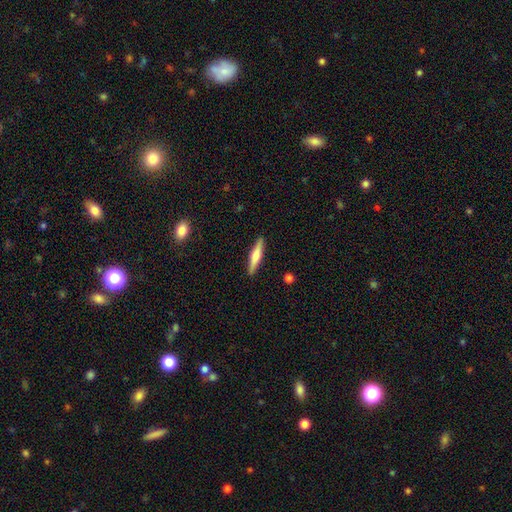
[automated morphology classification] Smooth or featured?
  - featured or disk: 47% * (tied)
  - smooth: 47% * (tied)
  - star or artifact: 6%
Merging?
  - none: 91% *
  - minor disturbance: 6%
  - major disturbance: 1%
  - merger: 1%